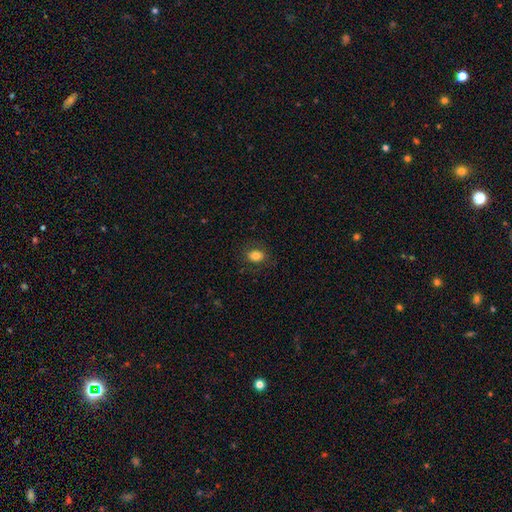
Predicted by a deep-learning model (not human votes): A smooth galaxy with no disk features (79%) that is in between round and cigar-shaped (58%).

Vote fractions:
- Smooth or featured? smooth: 79% / featured or disk: 10% / star or artifact: 10%
- How rounded? in between: 58% / round: 41% / cigar-shaped: 1%
- Merging? none: 83% / minor disturbance: 12% / major disturbance: 4% / merger: 1%